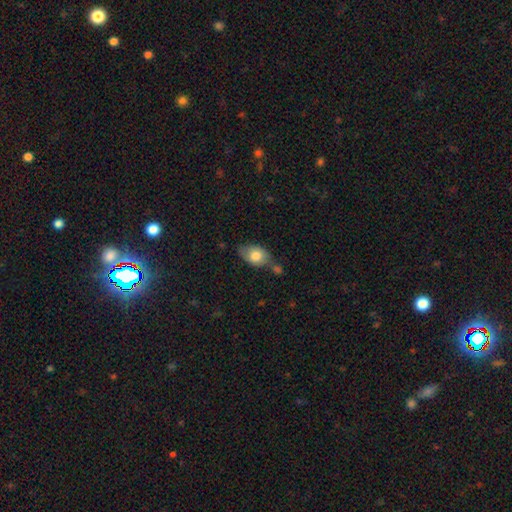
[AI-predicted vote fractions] A smooth galaxy with no disk features (77%) that is in between round and cigar-shaped (82%).

Vote fractions:
- Smooth or featured? smooth: 77% / featured or disk: 16% / star or artifact: 7%
- How rounded? in between: 82% / round: 16% / cigar-shaped: 2%
- Merging? none: 53% / minor disturbance: 23% / merger: 17% / major disturbance: 7%